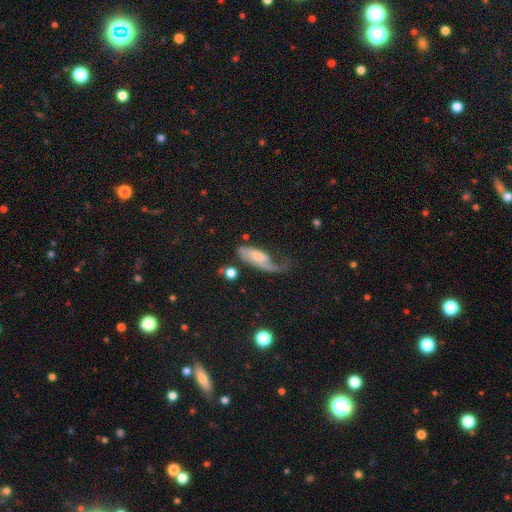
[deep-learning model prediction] Overall: featured or disk (55%; smooth 37%). Edge-on disk: no (83%). Merging: major disturbance (42%; none 28%).